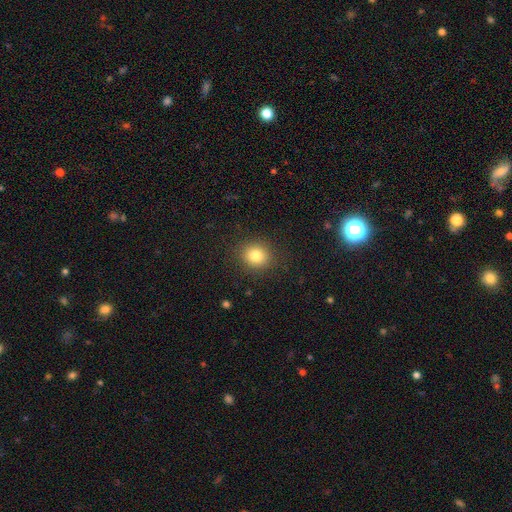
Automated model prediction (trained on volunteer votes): Overall: smooth (81%). How rounded: round (79%). Merging: none (88%).